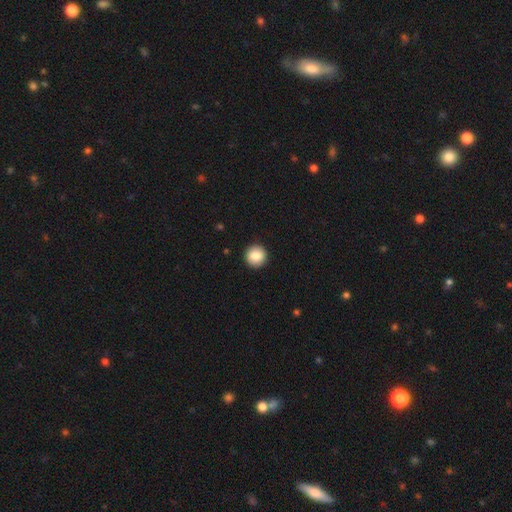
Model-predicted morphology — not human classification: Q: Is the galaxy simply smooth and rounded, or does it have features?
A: smooth — 87%.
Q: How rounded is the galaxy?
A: round — 95%.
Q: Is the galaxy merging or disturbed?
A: none — 93%.